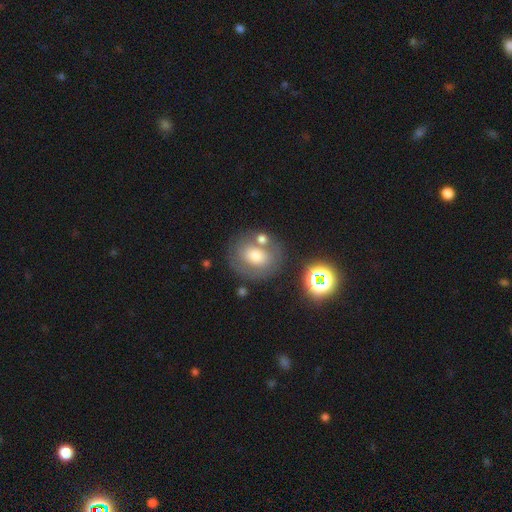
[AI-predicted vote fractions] Smooth or featured? smooth (59%)
How rounded? round (64%)
Merging? none (63%)